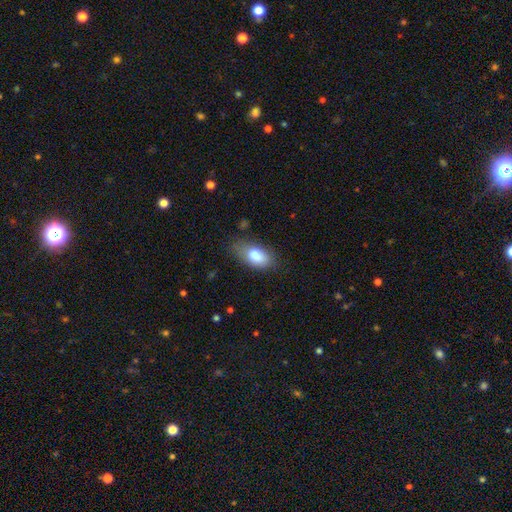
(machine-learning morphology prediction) A smooth galaxy with no disk features (82%) that is in between round and cigar-shaped (91%). Merging: none (65%).